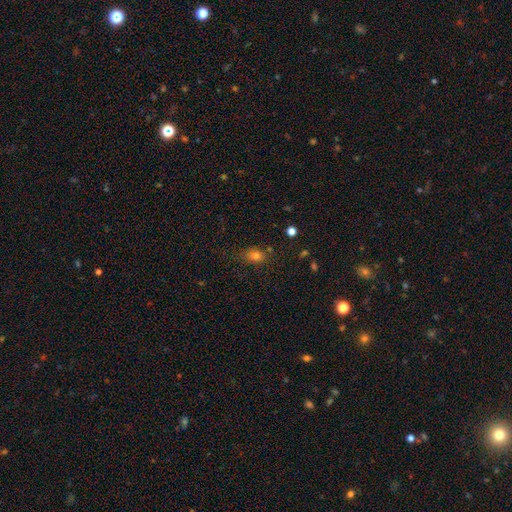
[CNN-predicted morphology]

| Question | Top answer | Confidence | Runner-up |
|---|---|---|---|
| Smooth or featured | smooth | 73% | star or artifact (18%) |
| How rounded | in between | 59% | round (39%) |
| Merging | none | 71% | minor disturbance (19%) |